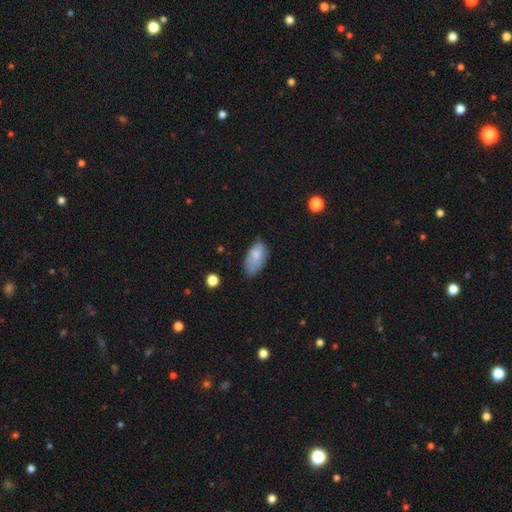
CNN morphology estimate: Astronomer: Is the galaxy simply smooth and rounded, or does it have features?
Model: smooth — 79%.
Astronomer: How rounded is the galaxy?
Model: in between — 93%.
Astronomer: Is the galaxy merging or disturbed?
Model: none — 57% (runner-up: minor disturbance, 33%).